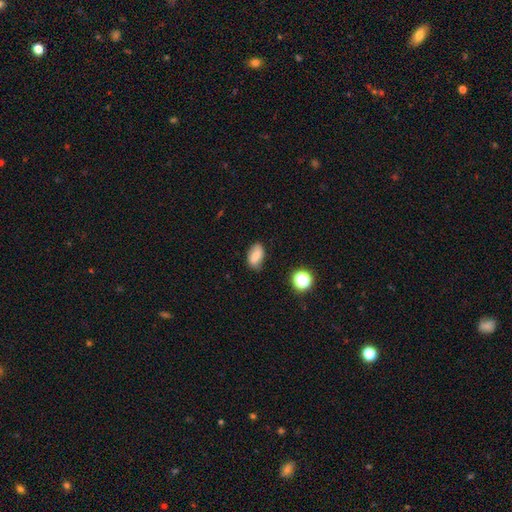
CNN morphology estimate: This appears to be a smooth galaxy with no disk features (76%) that is in between round and cigar-shaped (89%). Merging: none (74%).